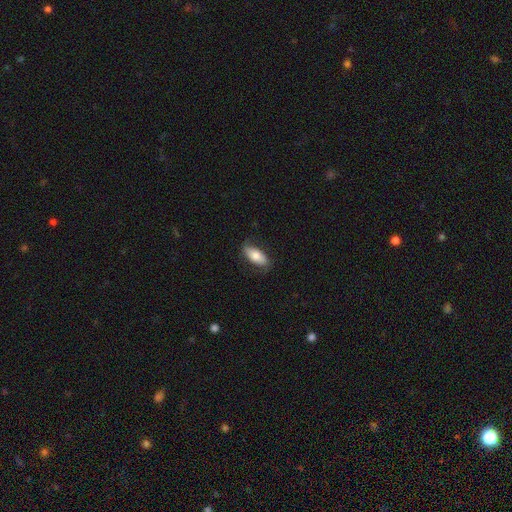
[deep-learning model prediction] This appears to be a smooth galaxy with no disk features (72%) that is in between round and cigar-shaped (84%). Merging: none (76%).